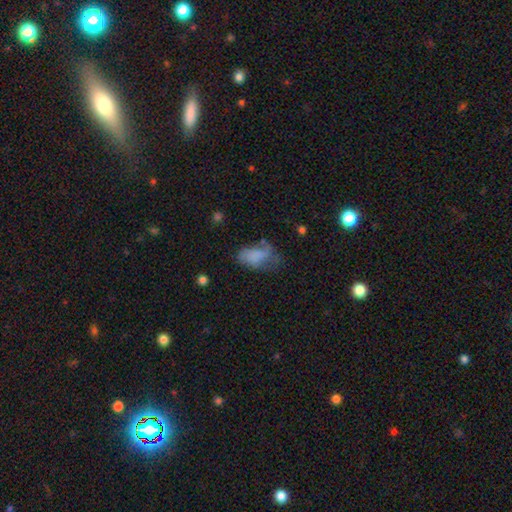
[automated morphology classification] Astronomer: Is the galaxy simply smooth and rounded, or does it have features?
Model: smooth — 66%.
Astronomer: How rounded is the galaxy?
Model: in between — 90%.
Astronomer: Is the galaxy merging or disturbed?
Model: major disturbance — 35% (runner-up: none, 30%).